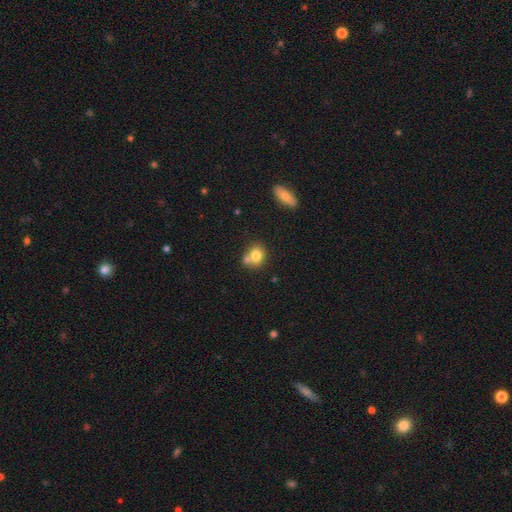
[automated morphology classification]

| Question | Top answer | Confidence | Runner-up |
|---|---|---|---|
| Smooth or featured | smooth | 77% | featured or disk (13%) |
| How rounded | round | 60% | in between (39%) |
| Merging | none | 46% | merger (39%) |